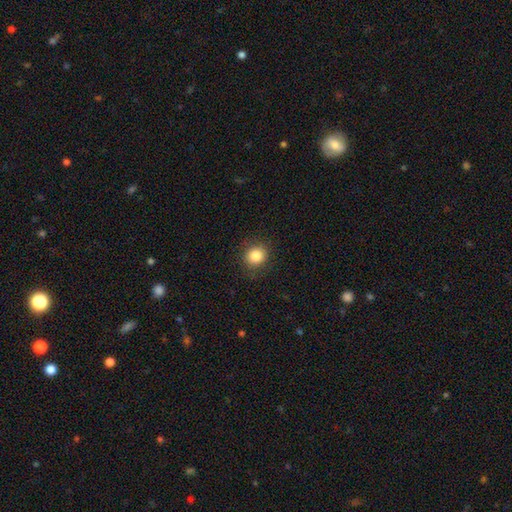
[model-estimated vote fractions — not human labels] A smooth galaxy with no disk features (85%) that is round (85%). Merging: none (86%).